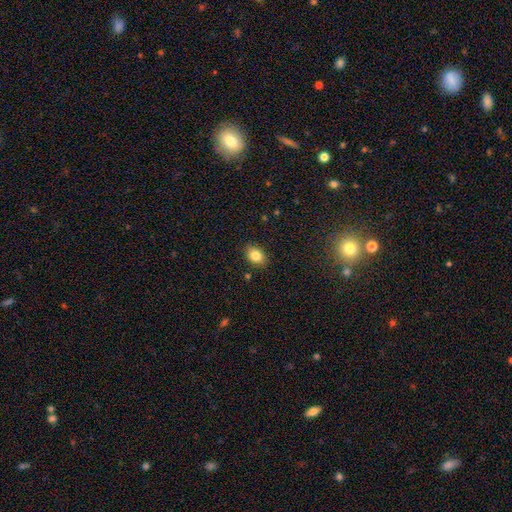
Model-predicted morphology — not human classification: A smooth galaxy with no disk features (83%) that is in between round and cigar-shaped (77%).

Vote fractions:
- Smooth or featured? smooth: 83% / star or artifact: 9% / featured or disk: 8%
- How rounded? in between: 77% / round: 22% / cigar-shaped: 1%
- Merging? none: 87% / minor disturbance: 10% / major disturbance: 2% / merger: 1%